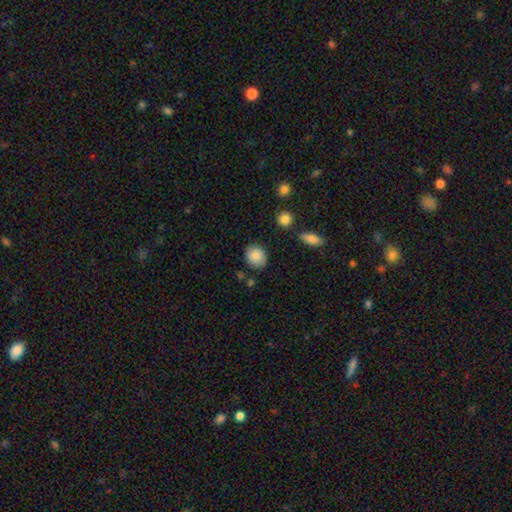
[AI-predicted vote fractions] Overall: smooth (83%). How rounded: round (65%; in between 33%). Merging: none (82%).